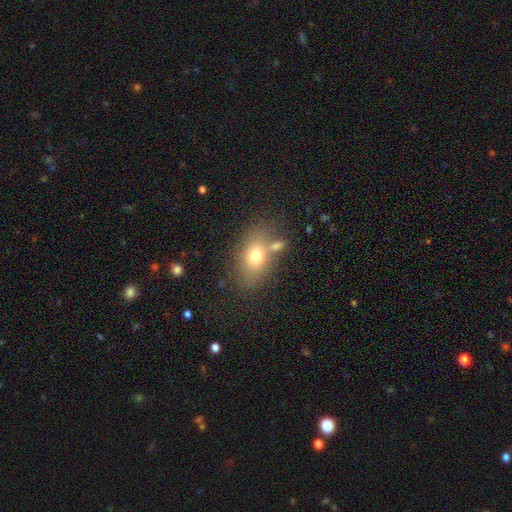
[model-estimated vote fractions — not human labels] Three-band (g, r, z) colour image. It shows a smooth galaxy with no disk features (72%) that is in between round and cigar-shaped (75%). Merging: none (64%).